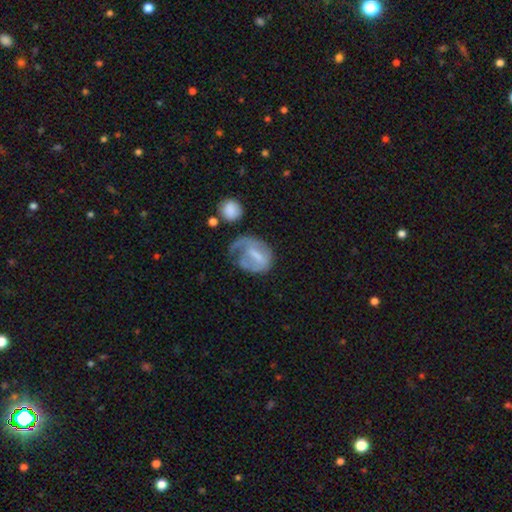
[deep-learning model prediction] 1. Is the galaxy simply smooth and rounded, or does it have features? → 51% featured or disk, 41% smooth, 8% star or artifact.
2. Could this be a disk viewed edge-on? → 96% no, 4% yes.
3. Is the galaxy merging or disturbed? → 41% major disturbance, 29% none, 25% minor disturbance, 6% merger.